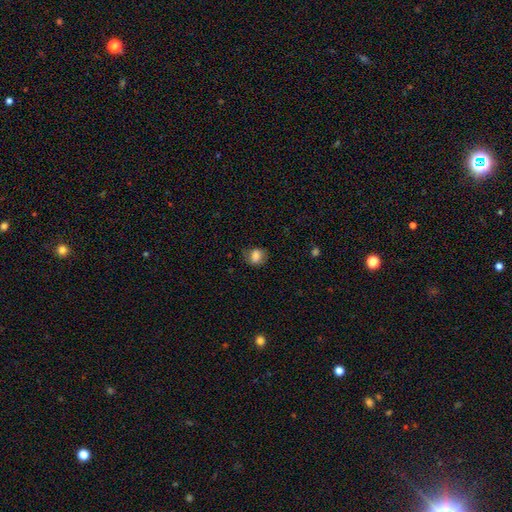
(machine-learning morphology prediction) Q: Smooth or featured?
A: smooth (78%); runner-up: featured or disk (12%)
Q: How rounded?
A: round (59%); runner-up: in between (40%)
Q: Merging?
A: none (67%); runner-up: minor disturbance (23%)